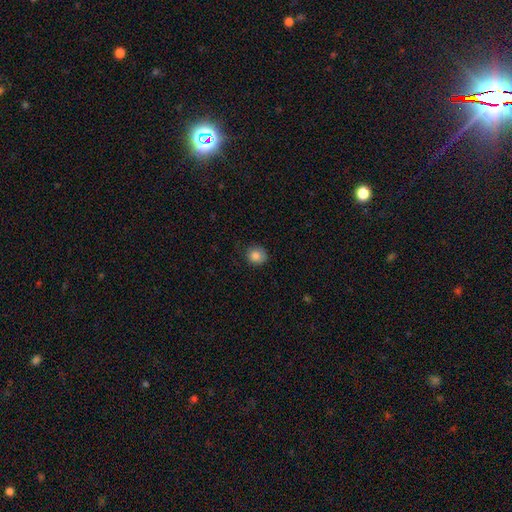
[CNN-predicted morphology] smooth_or_featured: smooth (p=0.83) [alt: star or artifact p=0.09]
how_rounded: round (p=0.83) [alt: in between p=0.16]
merging: none (p=0.76) [alt: minor disturbance p=0.19]